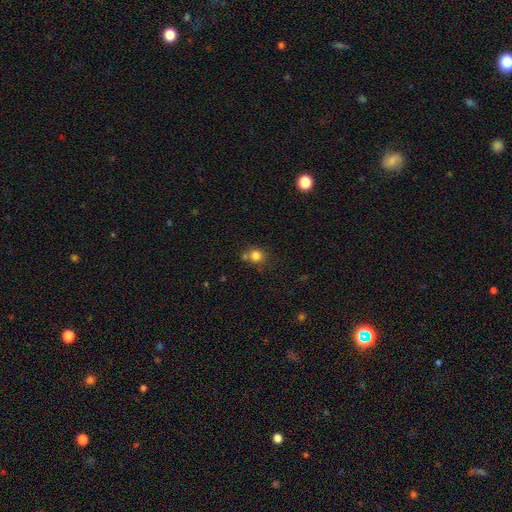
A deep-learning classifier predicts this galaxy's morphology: A smooth galaxy with no disk features (81%) that is round (83%). Merging: none (59%).